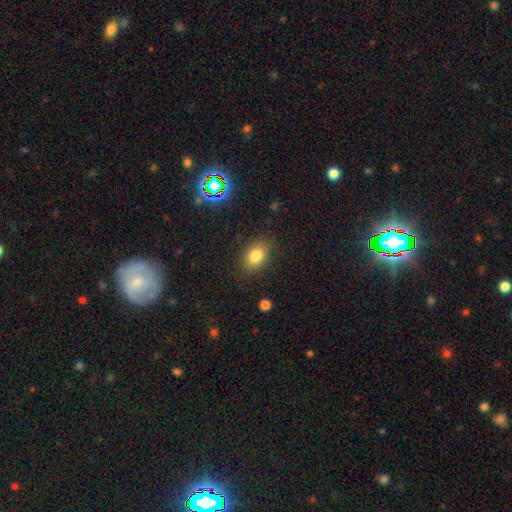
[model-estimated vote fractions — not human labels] smooth-or-featured: smooth: 80% | star or artifact: 11% | featured or disk: 9%
  how-rounded: in between: 77% | round: 21% | cigar-shaped: 1%
  merging: none: 85% | minor disturbance: 11% | major disturbance: 3% | merger: 1%